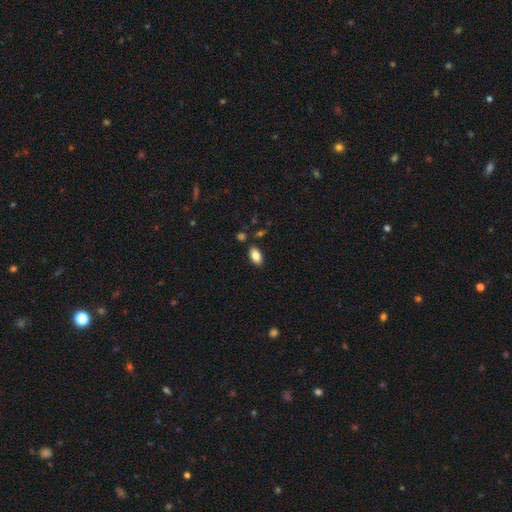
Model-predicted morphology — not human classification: smooth_or_featured: smooth (p=0.84) [alt: featured or disk p=0.08]
how_rounded: in between (p=0.93) [alt: round p=0.04]
merging: none (p=0.84) [alt: minor disturbance p=0.10]